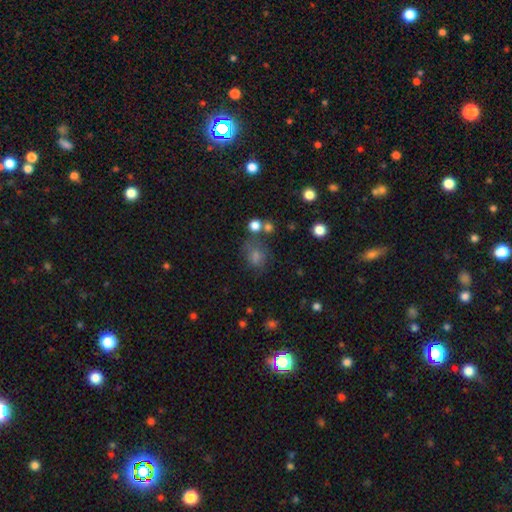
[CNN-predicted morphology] smooth_or_featured: smooth (p=0.58) [alt: star or artifact p=0.30]
how_rounded: round (p=0.66) [alt: in between p=0.32]
merging: none (p=0.64) [alt: minor disturbance p=0.17]